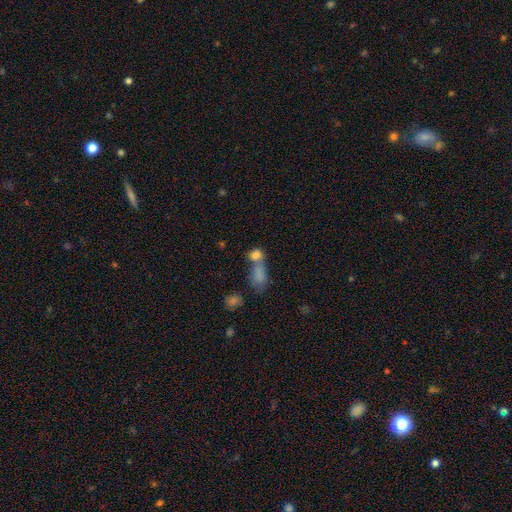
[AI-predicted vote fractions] Smooth or featured? Predicted: smooth (p=0.78). How rounded? Predicted: in between (p=0.53). Merging? Predicted: merger (p=0.58).